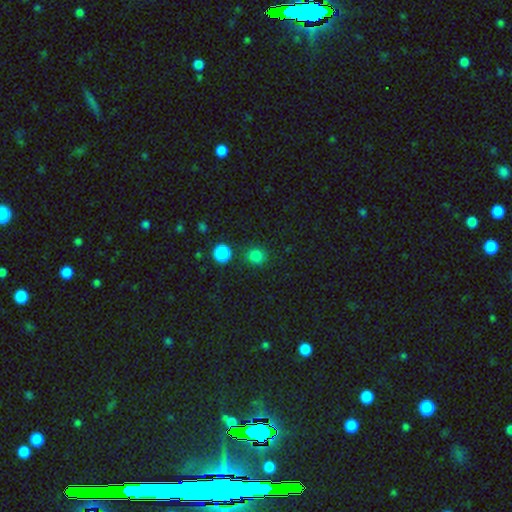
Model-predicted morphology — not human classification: Smooth or featured? Predicted: smooth (p=0.81). How rounded? Predicted: round (p=0.88). Merging? Predicted: none (p=0.85).